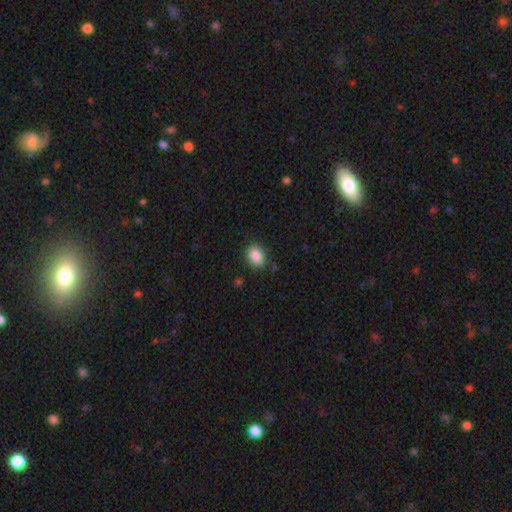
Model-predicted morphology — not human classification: A smooth galaxy with no disk features (87%) that is in between round and cigar-shaped (66%). Merging: none (86%).